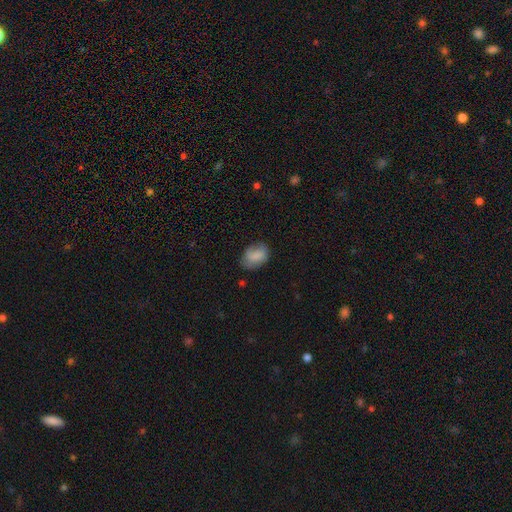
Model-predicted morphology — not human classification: A smooth galaxy with no disk features (79%) that is in between round and cigar-shaped (78%). Merging: none (63%).